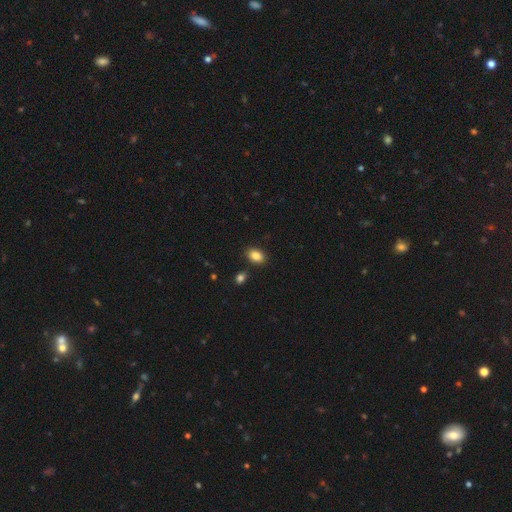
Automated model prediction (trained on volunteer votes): Smooth or featured?
  - smooth: 87% *
  - star or artifact: 9%
  - featured or disk: 4%
How rounded?
  - in between: 84% *
  - round: 14%
  - cigar-shaped: 1%
Merging?
  - none: 85% *
  - minor disturbance: 9%
  - merger: 3%
  - major disturbance: 2%